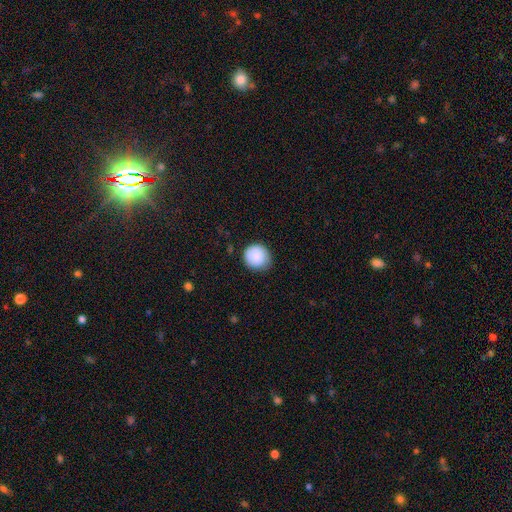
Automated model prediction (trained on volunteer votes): smooth 88%, star or artifact 7%, featured or disk 5%. Down the decision tree: how rounded — round (90%); merging — none (78%).